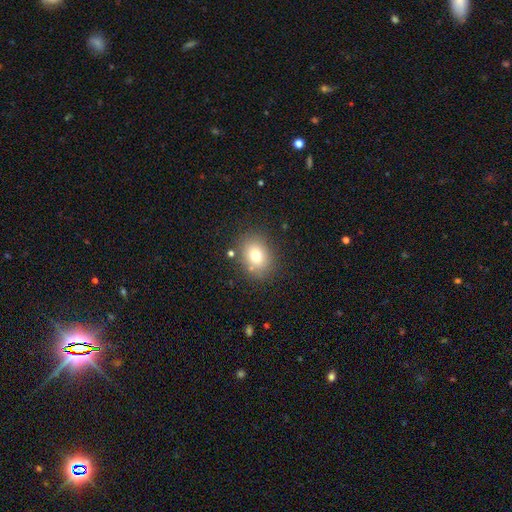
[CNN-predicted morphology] smooth 76%, star or artifact 12%, featured or disk 12%. Down the decision tree: how rounded — round (50%); merging — none (82%).